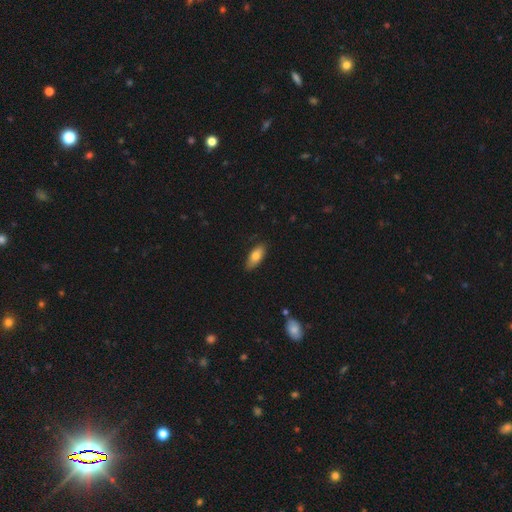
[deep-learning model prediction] smooth 74%, featured or disk 19%, star or artifact 6%. Down the decision tree: how rounded — in between (76%); merging — none (83%).